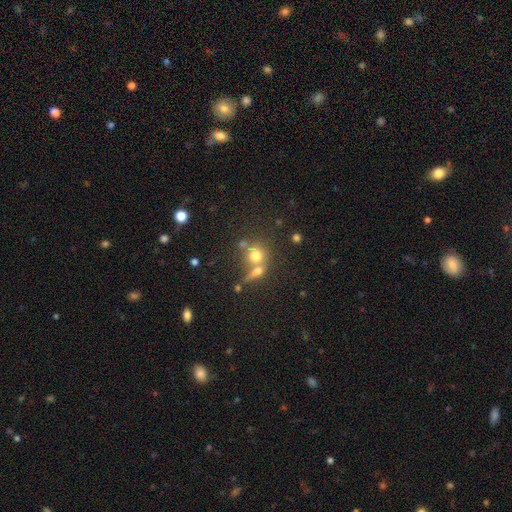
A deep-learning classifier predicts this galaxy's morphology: smooth-or-featured: smooth: 69% | featured or disk: 16% | star or artifact: 15%
  how-rounded: round: 83% | in between: 14% | cigar-shaped: 2%
  merging: none: 45% | merger: 40% | minor disturbance: 9% | major disturbance: 6%